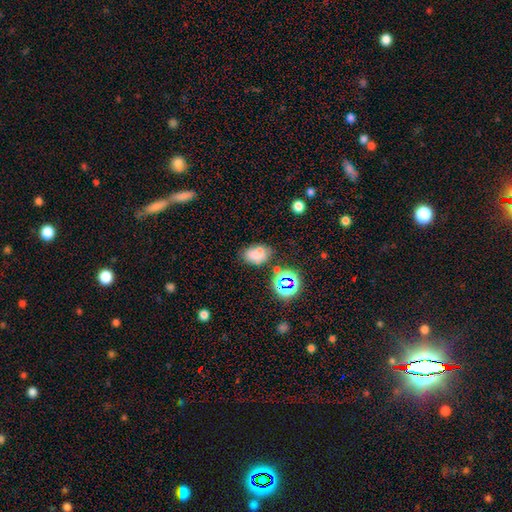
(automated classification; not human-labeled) The model was most divided on "merging": none: 62%, minor disturbance: 20%, merger: 12%, major disturbance: 7%. More confident: how rounded — in between (81%); smooth or featured — smooth (70%).